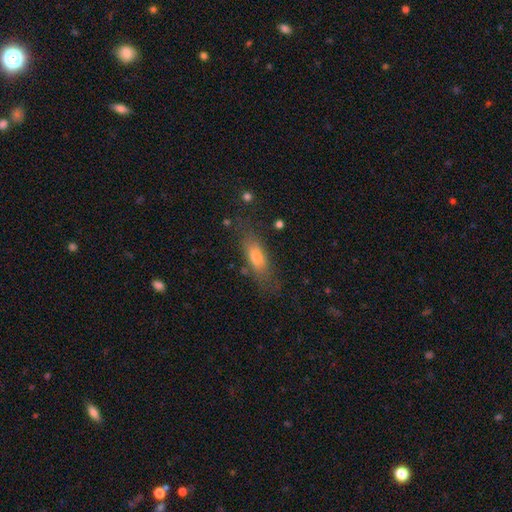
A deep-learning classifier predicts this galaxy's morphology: A smooth galaxy with no disk features (56%) that is in between round and cigar-shaped (49%). Merging: none (77%).